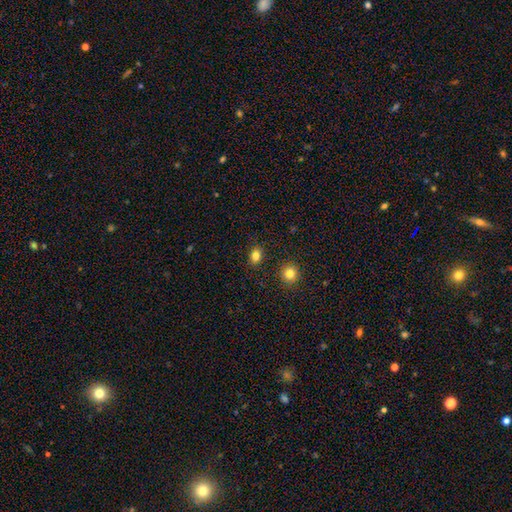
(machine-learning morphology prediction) type=smooth (82%); roundness=in between (55%); merging=none (88%).